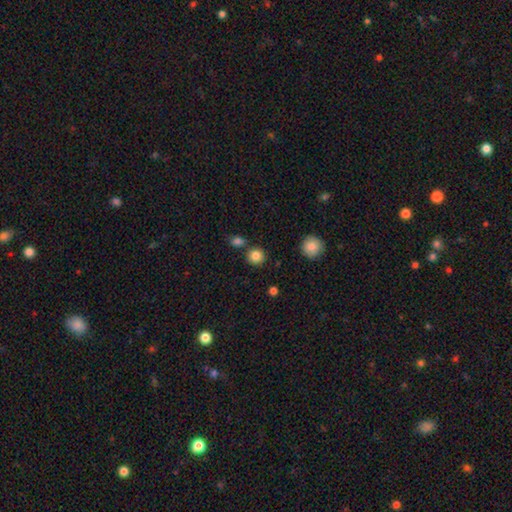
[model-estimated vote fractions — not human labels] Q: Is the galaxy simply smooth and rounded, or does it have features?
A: smooth — 85%.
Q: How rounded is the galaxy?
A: round — 91%.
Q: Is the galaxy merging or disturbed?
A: none — 81%.